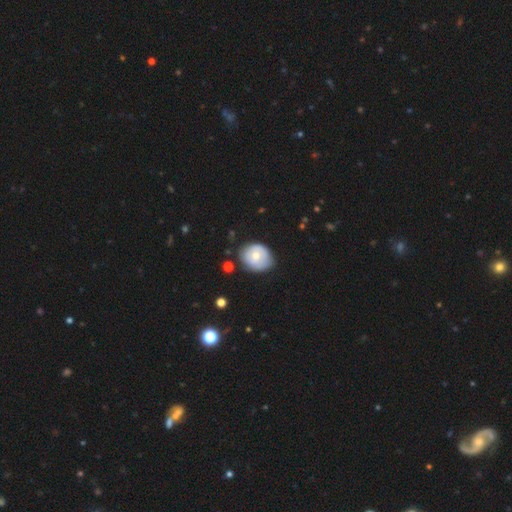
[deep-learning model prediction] smooth-or-featured: smooth: 55% | featured or disk: 38% | star or artifact: 7%
  how-rounded: round: 61% | in between: 38% | cigar-shaped: 1%
  merging: none: 67% | minor disturbance: 25% | major disturbance: 5% | merger: 3%